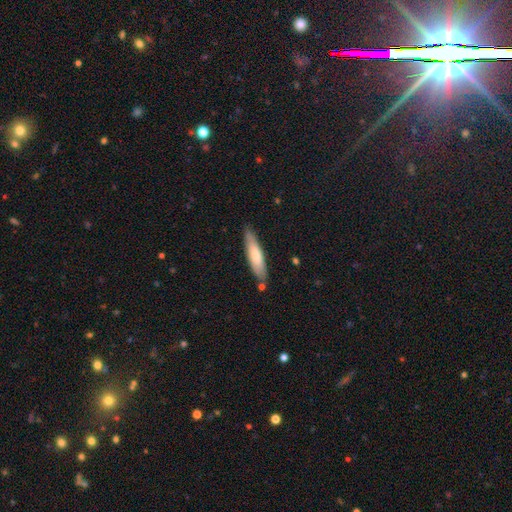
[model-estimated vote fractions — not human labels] Smooth or featured? Predicted: smooth (p=0.72). How rounded? Predicted: cigar-shaped (p=0.77). Merging? Predicted: none (p=0.80).